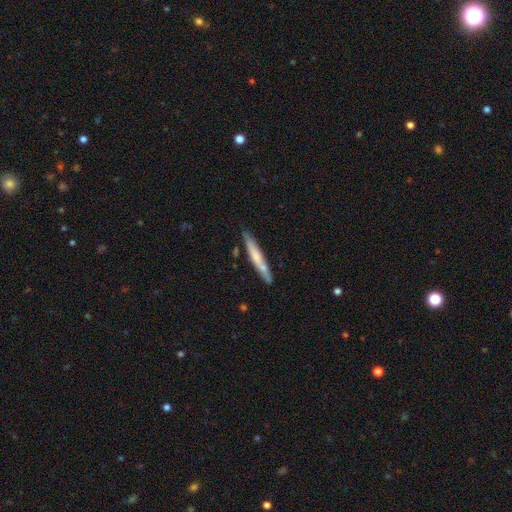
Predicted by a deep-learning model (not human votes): Q: Smooth or featured?
A: smooth (61%); runner-up: featured or disk (34%)
Q: How rounded?
A: cigar-shaped (94%); runner-up: in between (4%)
Q: Merging?
A: none (79%); runner-up: minor disturbance (15%)